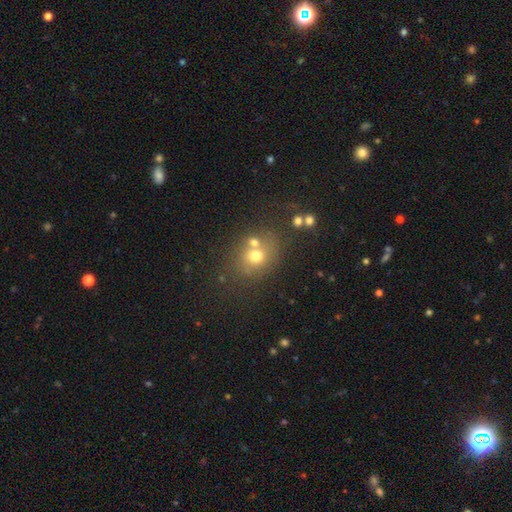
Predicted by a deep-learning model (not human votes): smooth_or_featured: smooth (p=0.67) [alt: star or artifact p=0.17]
how_rounded: round (p=0.67) [alt: in between p=0.32]
merging: none (p=0.56) [alt: merger p=0.26]